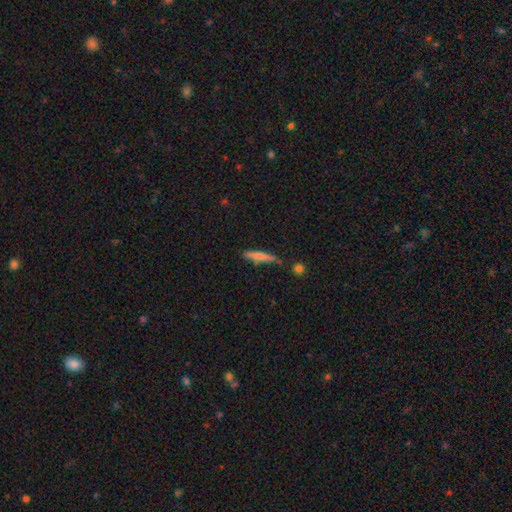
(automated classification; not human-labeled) Q: Smooth or featured?
A: smooth (62%); runner-up: featured or disk (30%)
Q: How rounded?
A: cigar-shaped (92%); runner-up: in between (6%)
Q: Merging?
A: none (76%); runner-up: minor disturbance (16%)